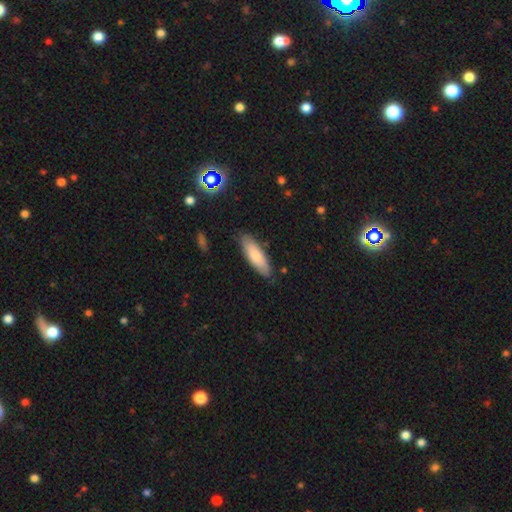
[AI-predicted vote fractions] Smooth or featured? smooth (76%)
How rounded? in between (53%)
Merging? none (82%)